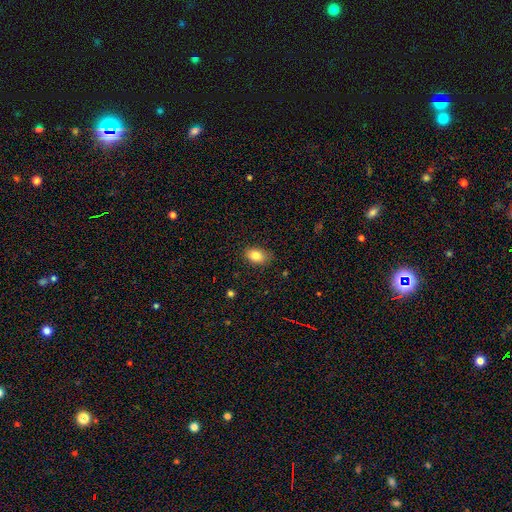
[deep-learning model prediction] smooth_or_featured: smooth (p=0.84) [alt: star or artifact p=0.09]
how_rounded: in between (p=0.84) [alt: round p=0.15]
merging: none (p=0.82) [alt: minor disturbance p=0.14]